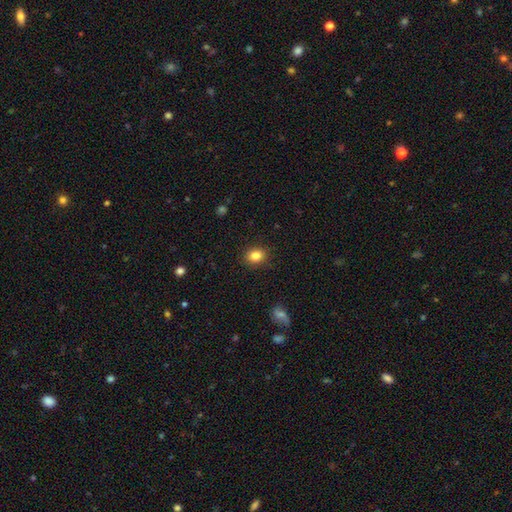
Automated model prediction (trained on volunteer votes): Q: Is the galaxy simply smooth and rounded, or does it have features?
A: smooth — 84%.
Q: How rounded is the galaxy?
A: round — 55%.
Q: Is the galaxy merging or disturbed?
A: none — 88%.